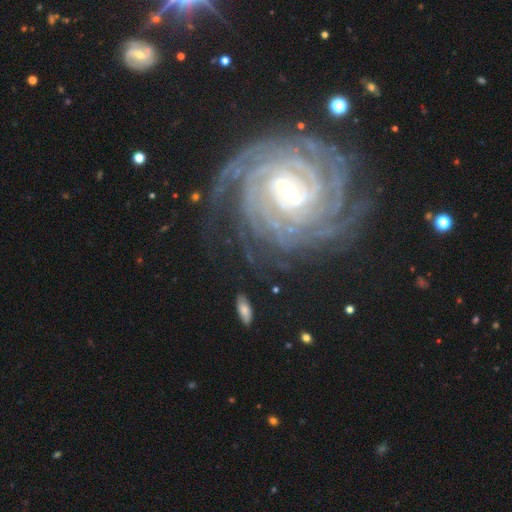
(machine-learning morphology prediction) Smooth or featured: featured or disk — 92% (star or artifact — 5%)
Edge-on disk: no — 97% (yes — 3%)
Bar: weak — 43% (strong — 42%)
Spiral arms: yes — 99% (no — 1%)
Spiral winding: tight — 85% (medium — 13%)
Spiral arm count: 4 — 26% (more than 4 — 23%)
Bulge size: small — 52% (moderate — 43%)
Merging: none — 79% (minor disturbance — 13%)